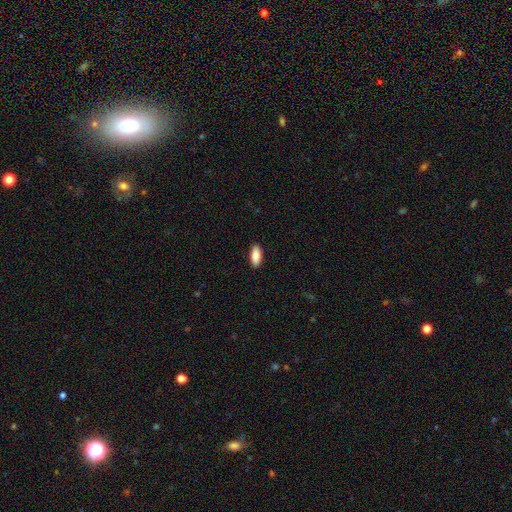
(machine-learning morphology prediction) Overall: smooth (88%). How rounded: in between (88%). Merging: none (90%).